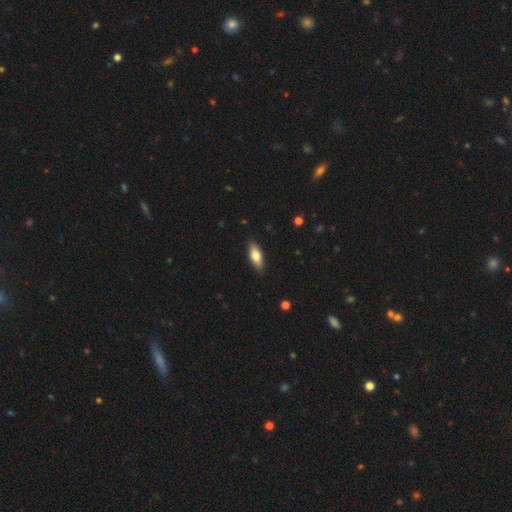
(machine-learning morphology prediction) A smooth galaxy with no disk features (74%) that is in between round and cigar-shaped (75%).

Vote fractions:
- Smooth or featured? smooth: 74% / featured or disk: 20% / star or artifact: 6%
- How rounded? in between: 75% / cigar-shaped: 23% / round: 2%
- Merging? none: 88% / minor disturbance: 9% / major disturbance: 2% / merger: 1%